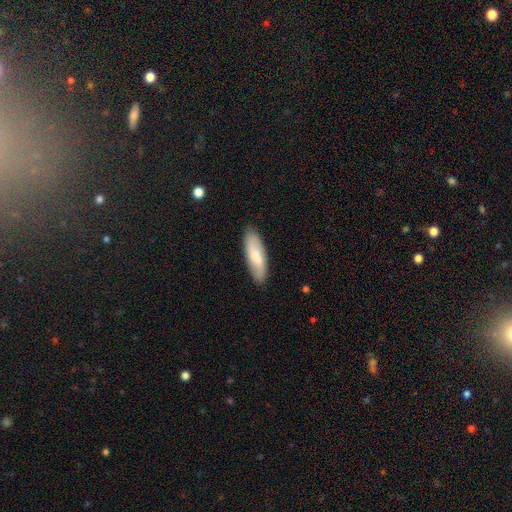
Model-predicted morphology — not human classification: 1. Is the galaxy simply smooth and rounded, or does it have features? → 67% smooth, 28% featured or disk, 5% star or artifact.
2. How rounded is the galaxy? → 54% in between, 44% cigar-shaped, 2% round.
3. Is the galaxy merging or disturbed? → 85% none, 12% minor disturbance, 2% major disturbance, 1% merger.